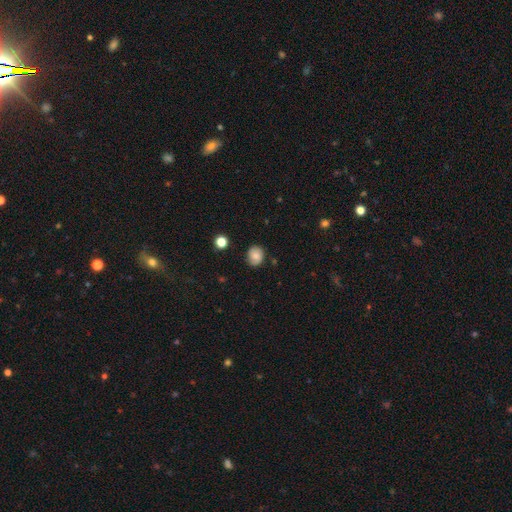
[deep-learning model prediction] smooth-or-featured: smooth: 70% | featured or disk: 20% | star or artifact: 10%
  how-rounded: round: 64% | in between: 35% | cigar-shaped: 1%
  merging: none: 78% | minor disturbance: 17% | major disturbance: 3% | merger: 2%